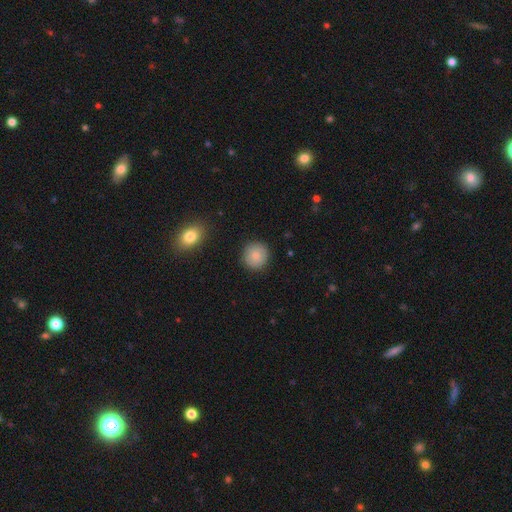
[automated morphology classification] smooth-or-featured: smooth: 81% | featured or disk: 10% | star or artifact: 8%
  how-rounded: round: 92% | in between: 7% | cigar-shaped: 1%
  merging: none: 90% | minor disturbance: 7% | major disturbance: 2% | merger: 1%